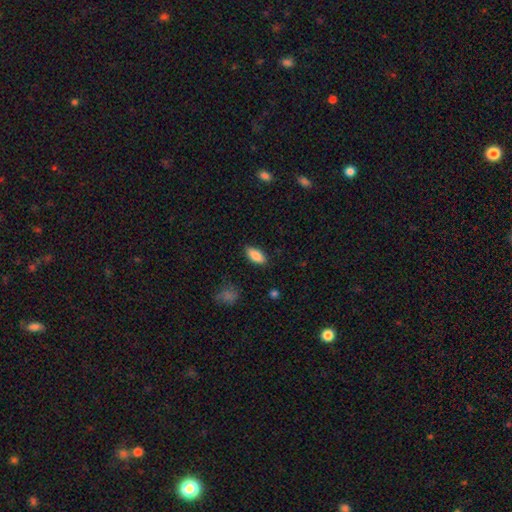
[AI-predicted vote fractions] Smooth or featured? Predicted: smooth (p=0.87). How rounded? Predicted: in between (p=0.86). Merging? Predicted: none (p=0.87).